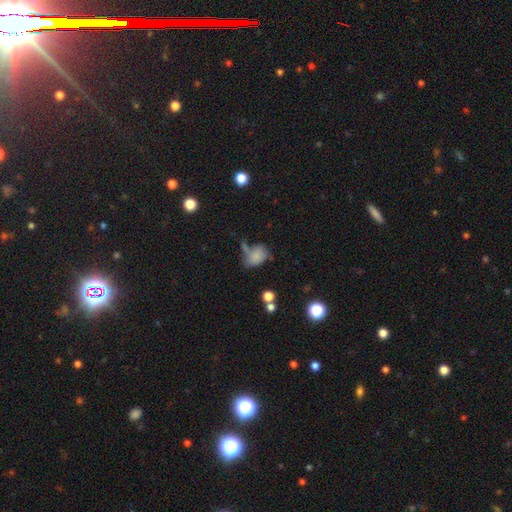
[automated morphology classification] smooth-or-featured: smooth: 76% | featured or disk: 13% | star or artifact: 11%
  how-rounded: in between: 75% | round: 24% | cigar-shaped: 2%
  merging: none: 37% | minor disturbance: 26% | merger: 21% | major disturbance: 17%